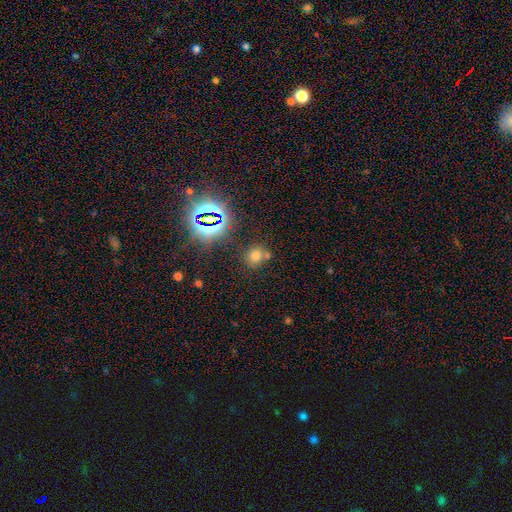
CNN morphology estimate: Smooth or featured? smooth (63%)
How rounded? round (82%)
Merging? none (63%)